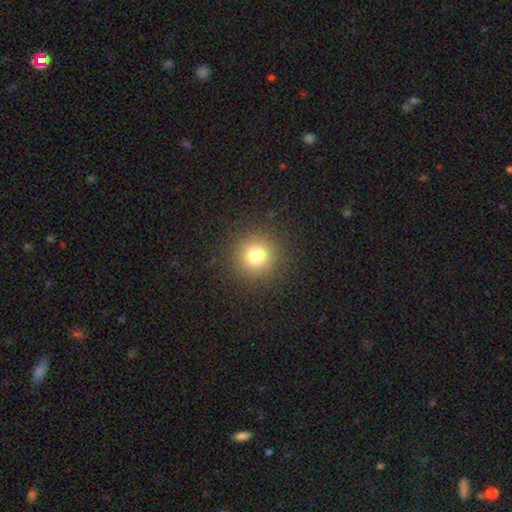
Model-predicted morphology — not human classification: smooth 77%, star or artifact 15%, featured or disk 8%. Down the decision tree: how rounded — round (95%); merging — none (91%).